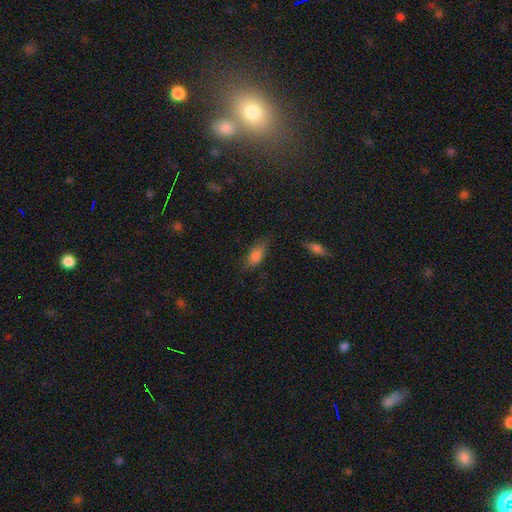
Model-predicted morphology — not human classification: Smooth or featured? Predicted: smooth (p=0.77). How rounded? Predicted: in between (p=0.79). Merging? Predicted: none (p=0.70).